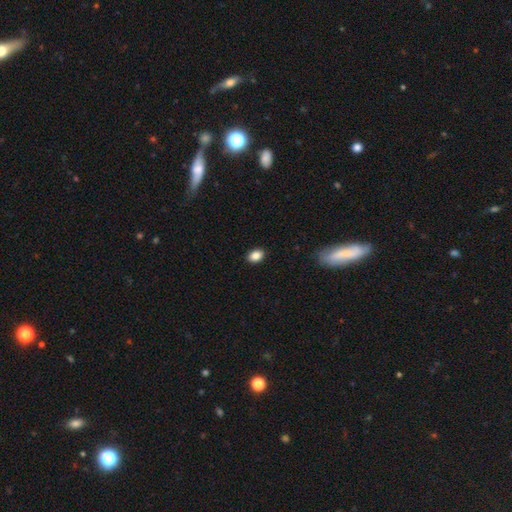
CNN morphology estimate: This is clearly a smooth galaxy (87%). How rounded: likely in between (80%). Merging: clearly none (90%).